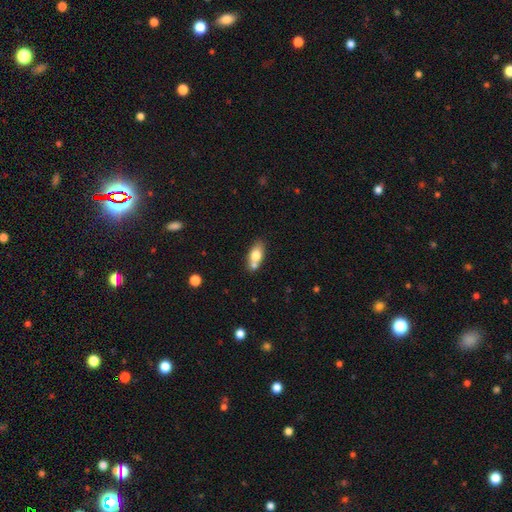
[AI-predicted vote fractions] Smooth or featured? Predicted: smooth (p=0.73). How rounded? Predicted: in between (p=0.83). Merging? Predicted: none (p=0.49).